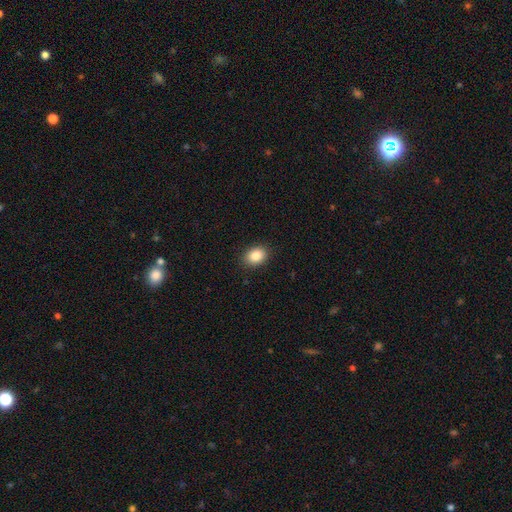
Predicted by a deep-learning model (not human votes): Smooth or featured? Predicted: smooth (p=0.86). How rounded? Predicted: in between (p=0.63). Merging? Predicted: none (p=0.90).